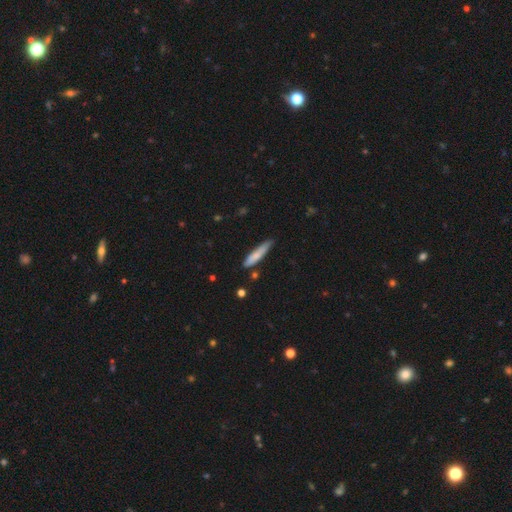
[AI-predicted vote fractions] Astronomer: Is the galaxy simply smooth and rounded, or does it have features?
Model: smooth — 77%.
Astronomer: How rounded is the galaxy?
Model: cigar-shaped — 88%.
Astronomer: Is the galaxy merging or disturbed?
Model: none — 68%.